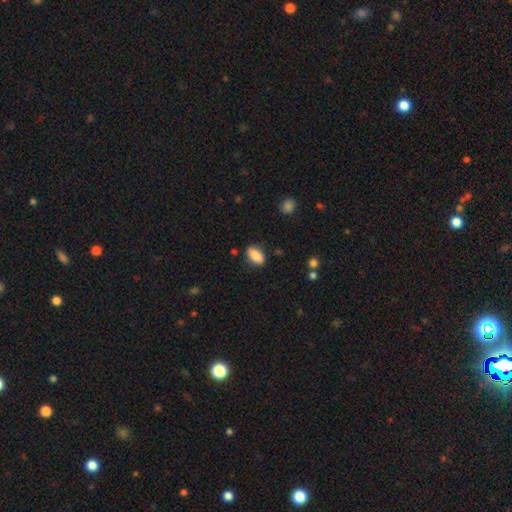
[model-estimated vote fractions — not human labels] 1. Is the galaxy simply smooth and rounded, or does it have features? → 87% smooth, 7% star or artifact, 5% featured or disk.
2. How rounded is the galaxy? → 87% in between, 8% cigar-shaped, 5% round.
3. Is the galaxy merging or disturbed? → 83% none, 12% minor disturbance, 3% major disturbance, 2% merger.